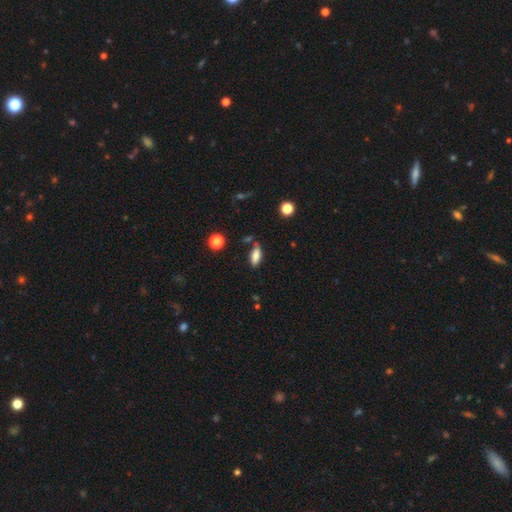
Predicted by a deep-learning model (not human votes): This appears to be a smooth galaxy with no disk features (80%) that is in between round and cigar-shaped (75%). Merging: none (66%).